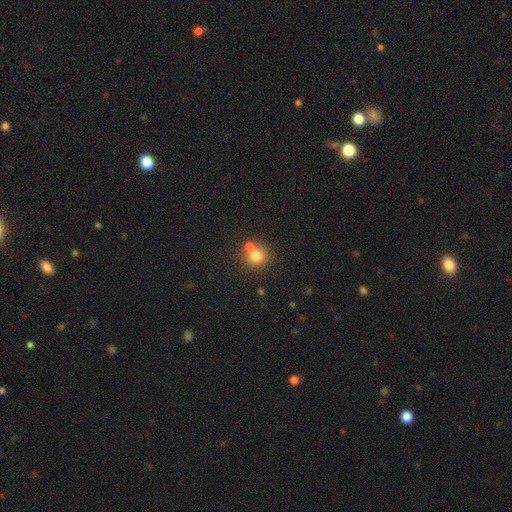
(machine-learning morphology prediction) Smooth or featured: smooth — 76% (star or artifact — 13%)
How rounded: round — 89% (in between — 10%)
Merging: none — 58% (merger — 31%)